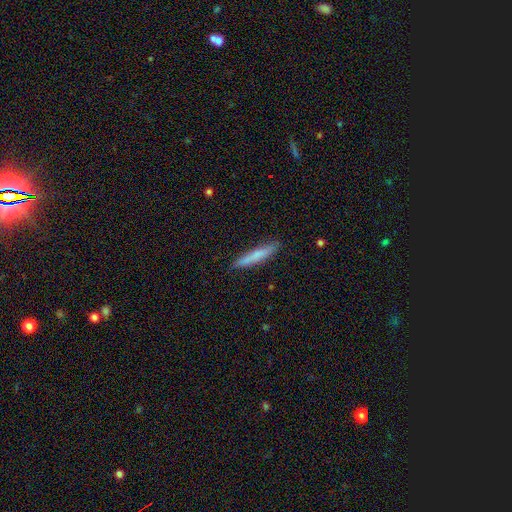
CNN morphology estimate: The model was most divided on "smooth or featured": smooth: 74%, featured or disk: 20%, star or artifact: 6%. More confident: how rounded — cigar-shaped (94%); merging — none (88%).